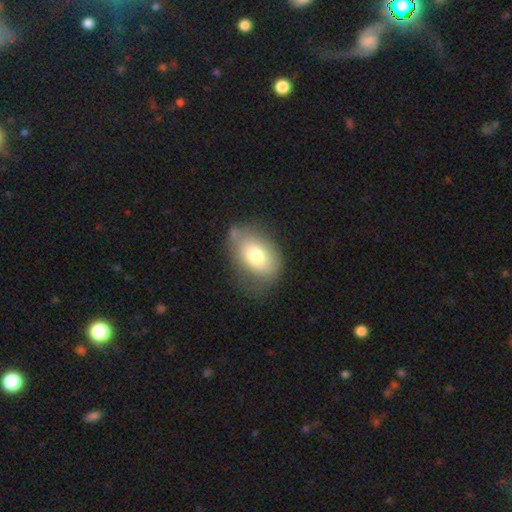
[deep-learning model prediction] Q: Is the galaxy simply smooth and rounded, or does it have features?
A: smooth — 73%.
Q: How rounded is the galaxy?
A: in between — 80%.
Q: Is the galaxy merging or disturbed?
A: none — 61%.